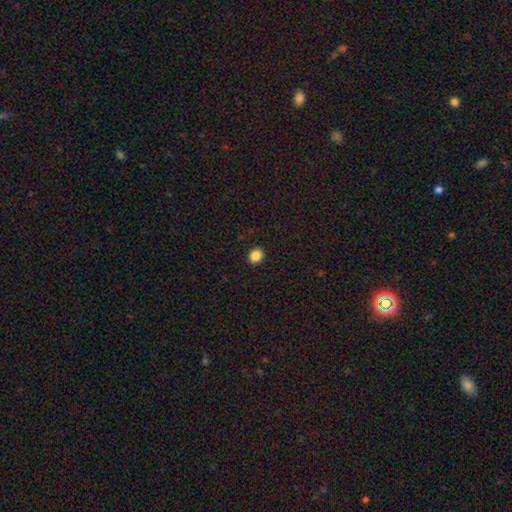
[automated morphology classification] Smooth or featured?
  - smooth: 86% *
  - star or artifact: 11%
  - featured or disk: 3%
How rounded?
  - round: 82% *
  - in between: 17%
  - cigar-shaped: 1%
Merging?
  - none: 92% *
  - minor disturbance: 5%
  - major disturbance: 2%
  - merger: 1%